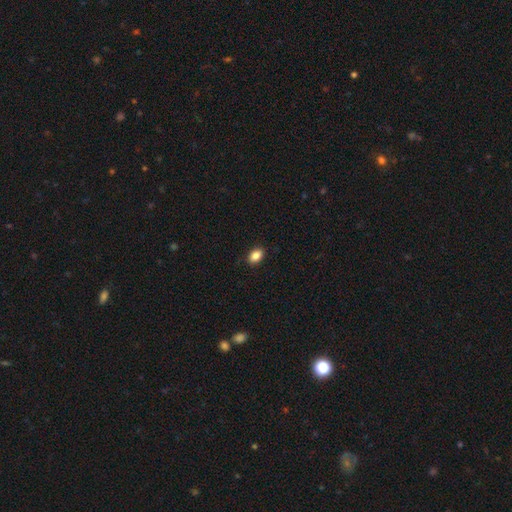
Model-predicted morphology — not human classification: type=smooth (87%); roundness=in between (85%); merging=none (89%).